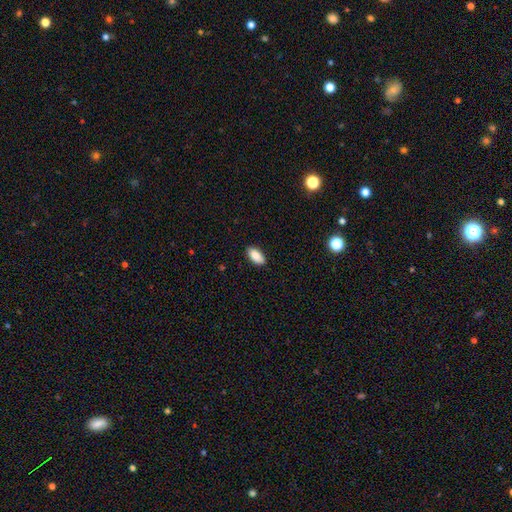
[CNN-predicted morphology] This appears to be a smooth galaxy with no disk features (88%) that is in between round and cigar-shaped (92%). Merging: none (87%).